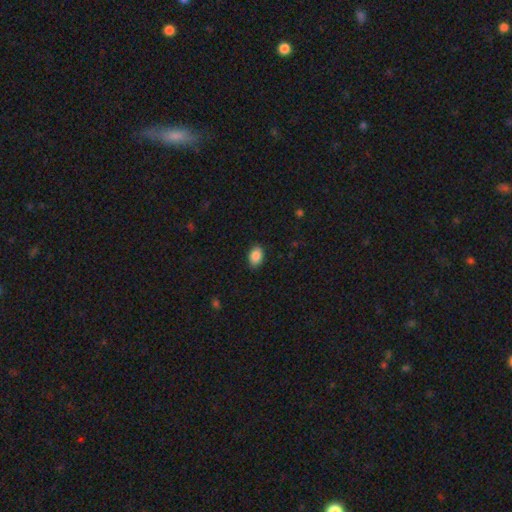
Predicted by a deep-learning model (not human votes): Smooth or featured: smooth — 89% (star or artifact — 7%)
How rounded: in between — 87% (round — 11%)
Merging: none — 87% (minor disturbance — 10%)